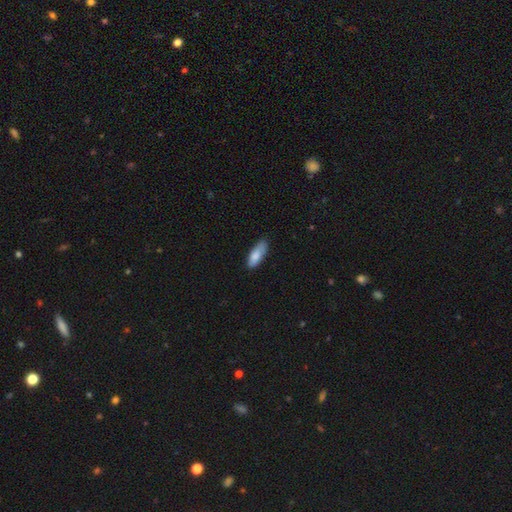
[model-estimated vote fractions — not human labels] Q: Smooth or featured?
A: smooth (83%); runner-up: featured or disk (11%)
Q: How rounded?
A: in between (68%); runner-up: cigar-shaped (30%)
Q: Merging?
A: none (72%); runner-up: minor disturbance (23%)